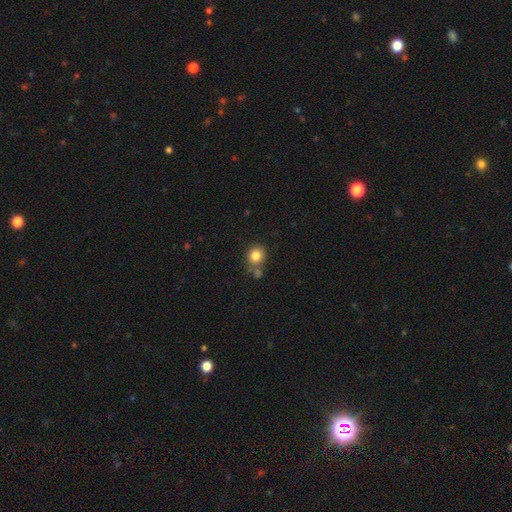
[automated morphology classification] This appears to be a smooth galaxy with no disk features (83%) that is round (83%). Merging: none (67%).